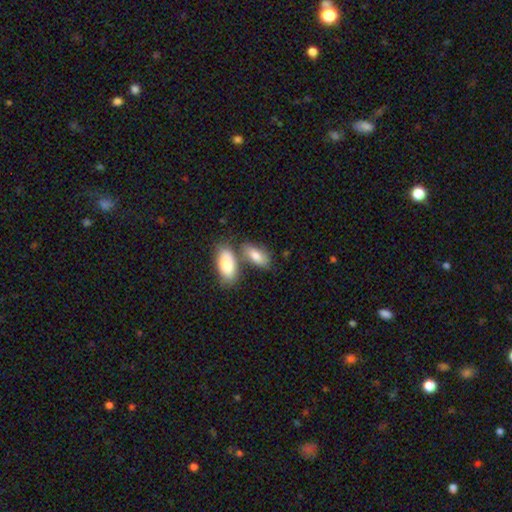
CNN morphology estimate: Overall: smooth (79%). How rounded: in between (88%). Merging: none (50%; merger 33%).